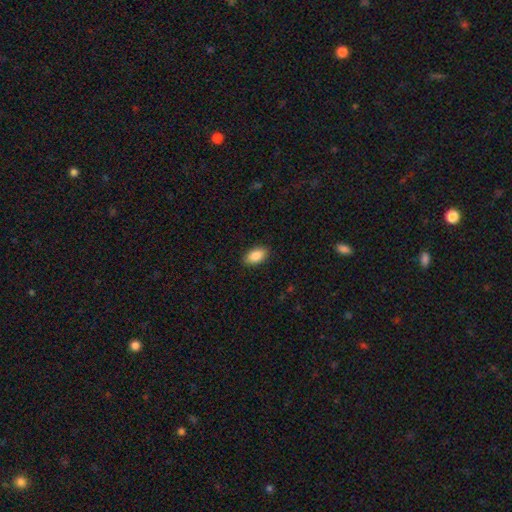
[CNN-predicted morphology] A smooth galaxy with no disk features (88%) that is in between round and cigar-shaped (93%). Merging: none (89%).